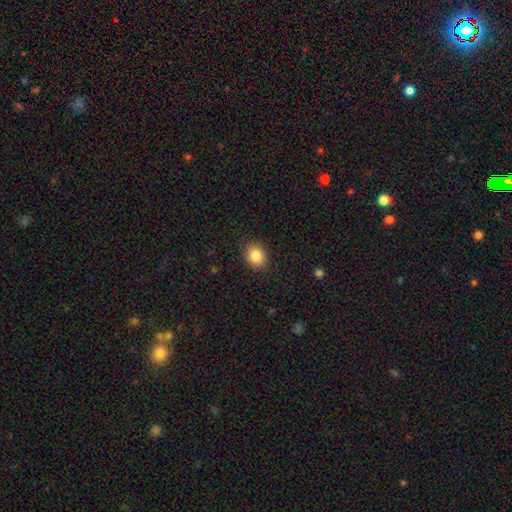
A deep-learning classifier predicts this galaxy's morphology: This is clearly a smooth galaxy (86%). How rounded: possibly round (59%). Merging: clearly none (89%).